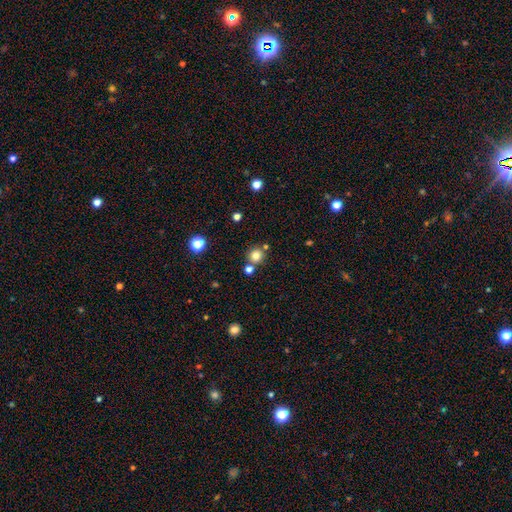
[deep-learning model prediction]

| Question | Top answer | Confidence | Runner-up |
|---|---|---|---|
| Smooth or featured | smooth | 80% | star or artifact (14%) |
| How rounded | round | 92% | in between (7%) |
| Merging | none | 76% | merger (14%) |